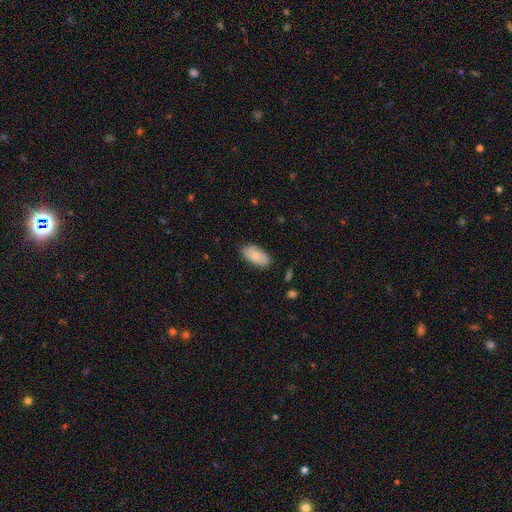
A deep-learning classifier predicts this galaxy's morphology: smooth_or_featured: smooth (p=0.77) [alt: featured or disk p=0.17]
how_rounded: in between (p=0.94) [alt: cigar-shaped p=0.03]
merging: none (p=0.80) [alt: minor disturbance p=0.16]